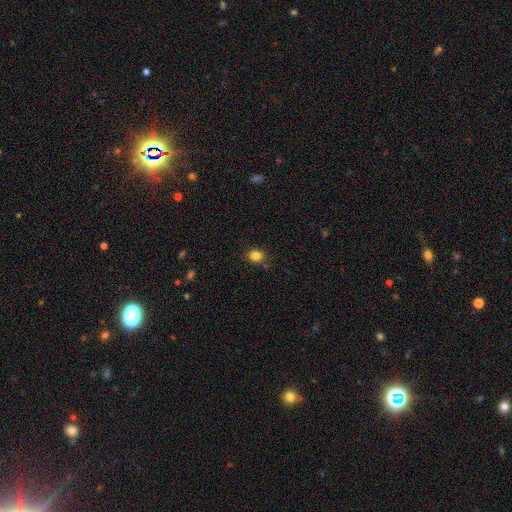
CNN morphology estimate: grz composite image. It shows a smooth galaxy with no disk features (84%) that is round (55%). Merging: none (81%).